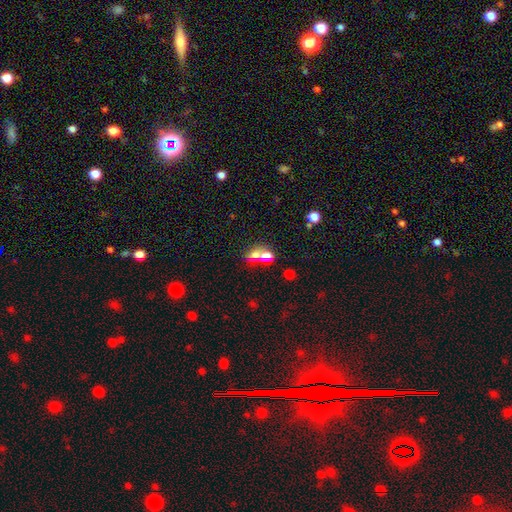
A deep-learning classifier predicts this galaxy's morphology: Q: Smooth or featured?
A: smooth (47%); runner-up: star or artifact (40%)
Q: Merging?
A: none (65%); runner-up: merger (19%)